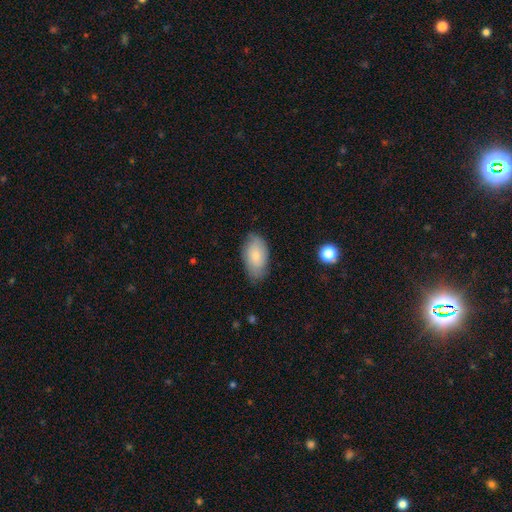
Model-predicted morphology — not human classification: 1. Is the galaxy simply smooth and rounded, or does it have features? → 75% smooth, 19% featured or disk, 6% star or artifact.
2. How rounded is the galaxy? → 94% in between, 4% round, 2% cigar-shaped.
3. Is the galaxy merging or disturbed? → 73% none, 22% minor disturbance, 4% major disturbance, 1% merger.